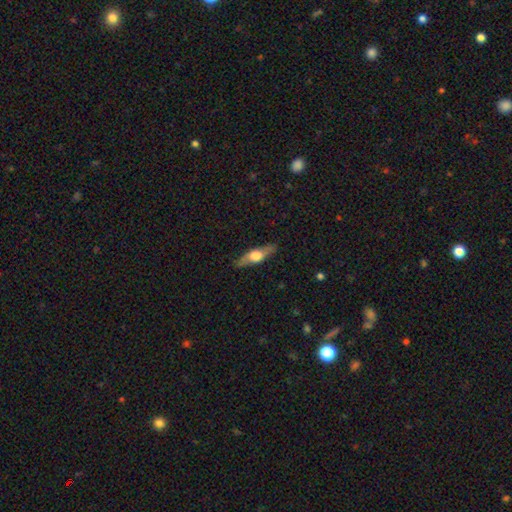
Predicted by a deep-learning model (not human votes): This is likely a featured or disk galaxy (62%). It is clearly viewed edge-on (92%). Edge-on bulge: clearly rounded (91%). Merging: clearly none (86%).